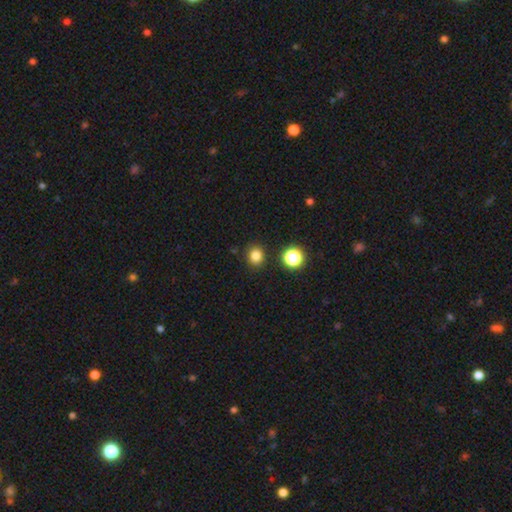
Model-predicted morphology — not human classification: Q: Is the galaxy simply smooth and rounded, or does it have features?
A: smooth — 81%.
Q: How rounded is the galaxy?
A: round — 80%.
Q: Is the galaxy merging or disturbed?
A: none — 89%.